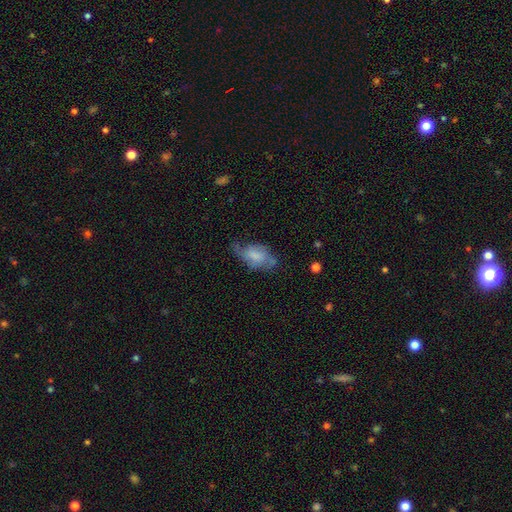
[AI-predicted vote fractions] This is possibly a smooth galaxy (55%). How rounded: clearly in between (90%). Merging: marginally none (39%).